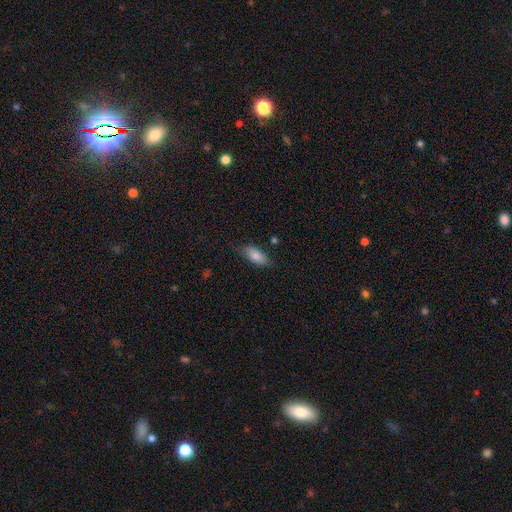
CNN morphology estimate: The model was most divided on "merging": none: 74%, minor disturbance: 19%, major disturbance: 4%, merger: 2%. More confident: how rounded — in between (87%); smooth or featured — smooth (82%).